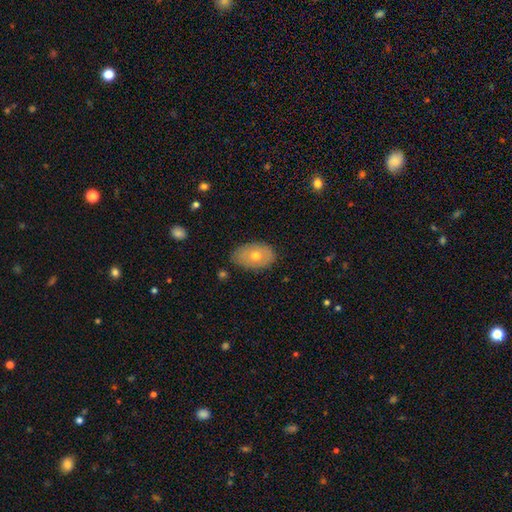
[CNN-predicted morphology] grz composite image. It shows a smooth galaxy with no disk features (61%) that is in between round and cigar-shaped (88%). Merging: none (80%).